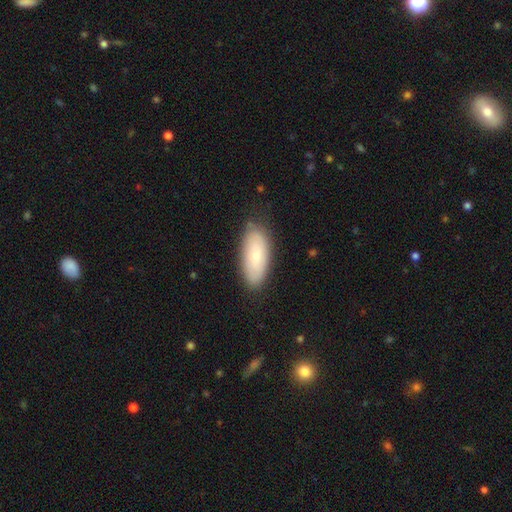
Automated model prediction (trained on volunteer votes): This appears to be a smooth galaxy with no disk features (72%) that is in between round and cigar-shaped (84%). Merging: none (80%).